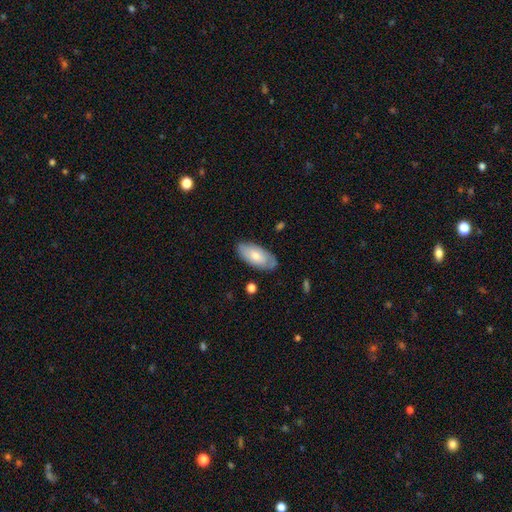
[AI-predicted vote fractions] Smooth or featured: smooth — 66% (featured or disk — 29%)
How rounded: in between — 92% (cigar-shaped — 6%)
Merging: none — 77% (minor disturbance — 18%)